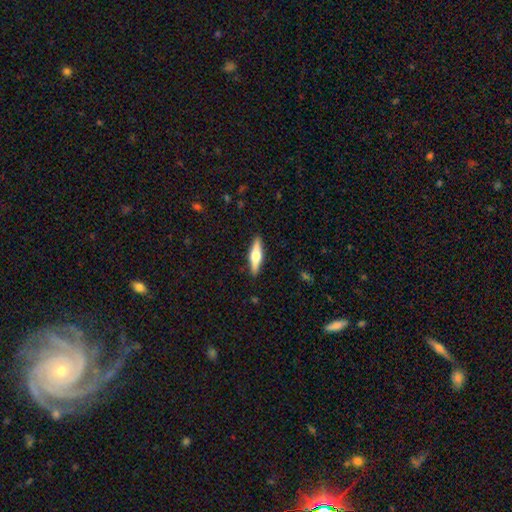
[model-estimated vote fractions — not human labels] The model was most divided on "smooth or featured": featured or disk: 54%, smooth: 41%, star or artifact: 5%. More confident: edge-on disk — yes (95%); edge-on bulge — rounded (93%); merging — none (90%).